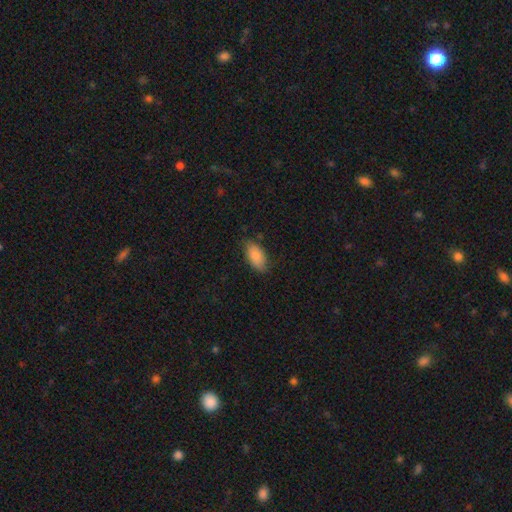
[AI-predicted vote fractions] This is clearly a smooth galaxy (83%). How rounded: clearly in between (94%). Merging: likely none (71%).